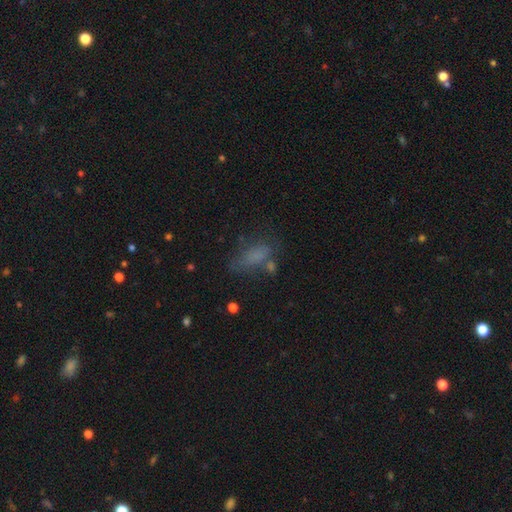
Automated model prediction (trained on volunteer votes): The model was most divided on "merging": none: 48%, minor disturbance: 22%, major disturbance: 20%, merger: 10%. More confident: how rounded — in between (75%); smooth or featured — smooth (64%).